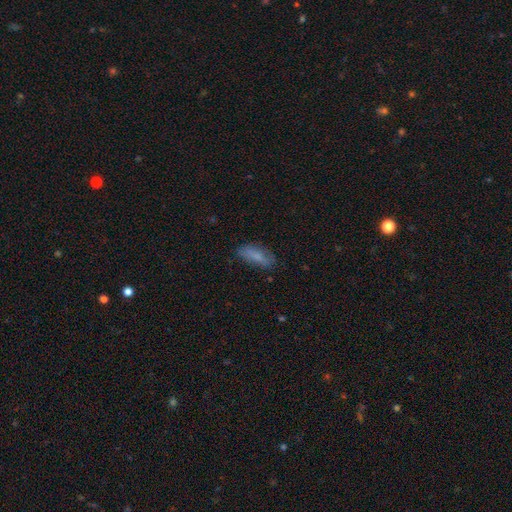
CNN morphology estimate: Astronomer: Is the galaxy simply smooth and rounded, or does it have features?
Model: smooth — 71%.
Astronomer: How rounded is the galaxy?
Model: in between — 64%.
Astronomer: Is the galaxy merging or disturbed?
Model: none — 71%.